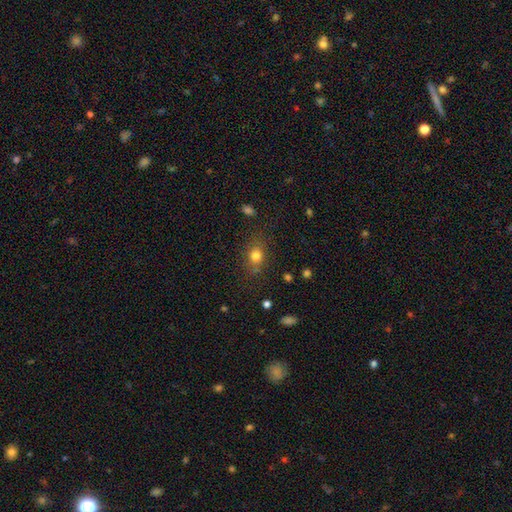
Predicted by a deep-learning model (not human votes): Overall: smooth (78%). How rounded: round (57%; in between 41%). Merging: none (77%).